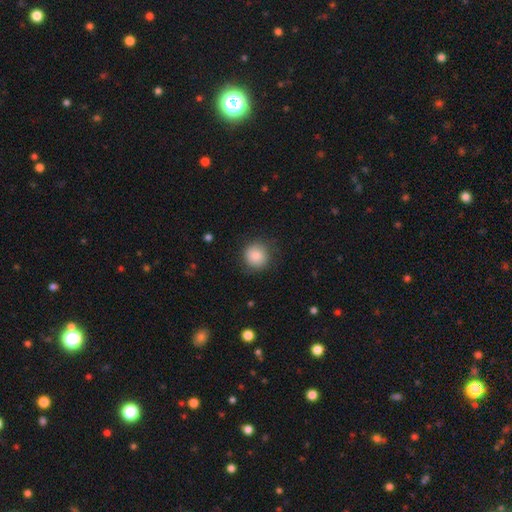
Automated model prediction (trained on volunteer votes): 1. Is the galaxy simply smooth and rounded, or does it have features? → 83% smooth, 9% featured or disk, 8% star or artifact.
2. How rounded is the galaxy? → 91% round, 8% in between, 1% cigar-shaped.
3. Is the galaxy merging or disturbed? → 79% none, 15% minor disturbance, 5% major disturbance, 1% merger.